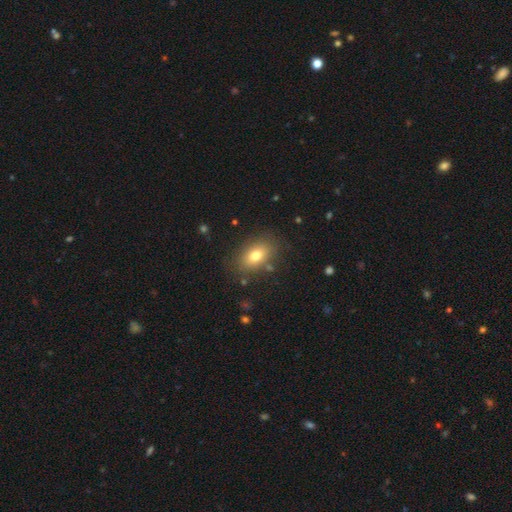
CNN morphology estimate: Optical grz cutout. It shows a smooth galaxy with no disk features (76%) that is in between round and cigar-shaped (85%). Merging: none (82%).